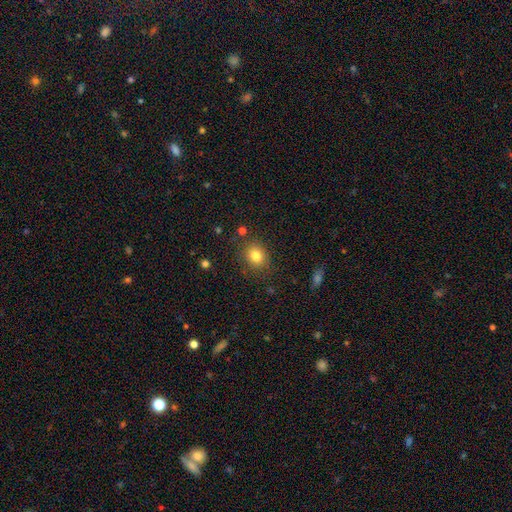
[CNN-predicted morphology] Smooth or featured? Predicted: smooth (p=0.81). How rounded? Predicted: round (p=0.63). Merging? Predicted: none (p=0.84).